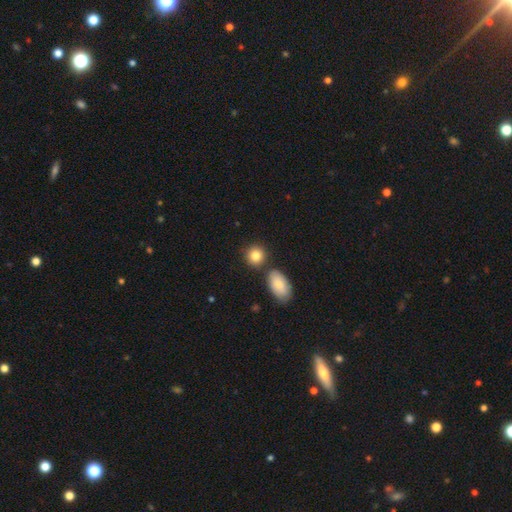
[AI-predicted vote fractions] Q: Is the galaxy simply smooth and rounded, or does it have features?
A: smooth — 86%.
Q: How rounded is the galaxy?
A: round — 78%.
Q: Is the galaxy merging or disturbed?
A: none — 73%.